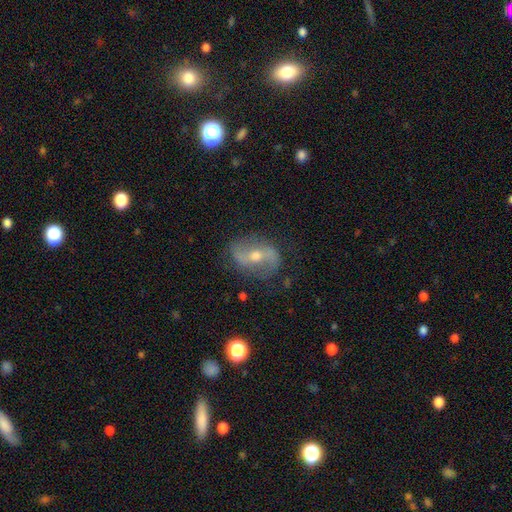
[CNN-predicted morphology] smooth-or-featured: featured or disk: 79% | smooth: 13% | star or artifact: 8%
  disk-edge-on: no: 94% | yes: 6%
    bar: weak: 37% | strong: 36% | no: 27%
    has-spiral-arms: yes: 87% | no: 13%
      spiral-winding: loose: 58% | medium: 31% | tight: 12%
      spiral-arm-count: 2: 90% | can't tell: 5% | 1: 2% | 3: 1% | 4: 1% | more than 4: 1%
    bulge-size: moderate: 62% | small: 33% | large: 3% | none: 1% | dominant: 1%
  merging: none: 80% | minor disturbance: 14% | major disturbance: 5% | merger: 1%